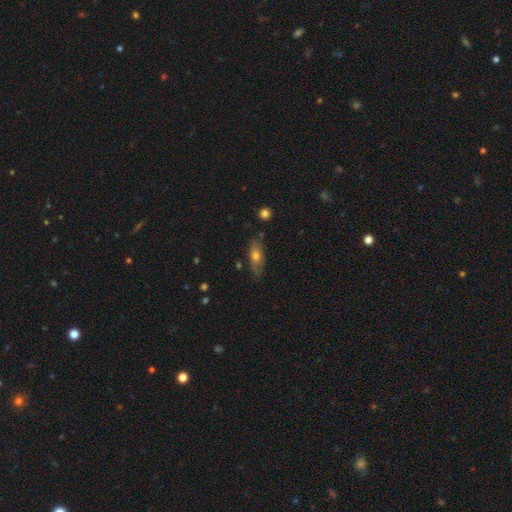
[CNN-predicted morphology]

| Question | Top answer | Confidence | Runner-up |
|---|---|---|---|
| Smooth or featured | smooth | 64% | featured or disk (28%) |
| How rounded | in between | 72% | cigar-shaped (24%) |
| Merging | none | 71% | minor disturbance (21%) |